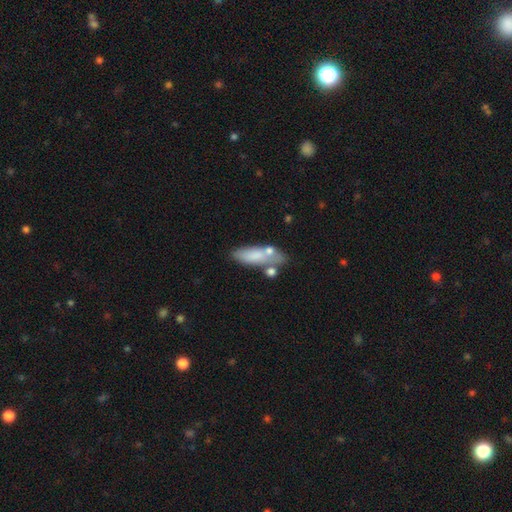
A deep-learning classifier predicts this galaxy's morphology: smooth 72%, featured or disk 20%, star or artifact 8%. Down the decision tree: how rounded — in between (61%); merging — none (49%).